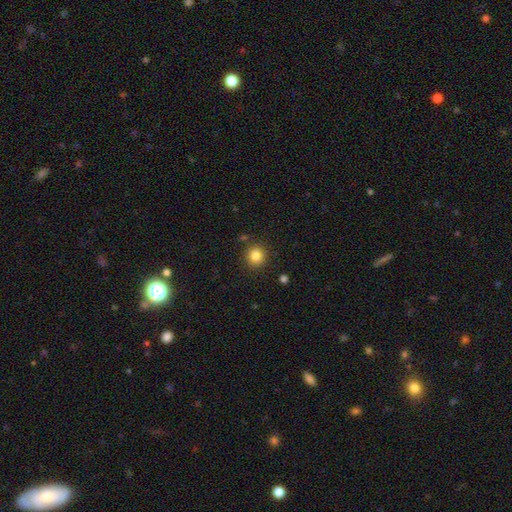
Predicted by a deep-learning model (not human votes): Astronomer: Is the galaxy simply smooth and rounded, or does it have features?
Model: smooth — 83%.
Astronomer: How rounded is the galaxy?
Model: round — 91%.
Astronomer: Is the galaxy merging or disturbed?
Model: none — 87%.